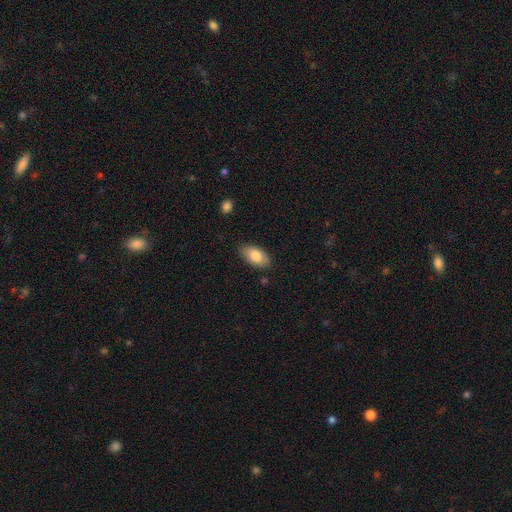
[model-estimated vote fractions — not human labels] This is clearly a smooth galaxy (82%). How rounded: clearly in between (94%). Merging: clearly none (84%).